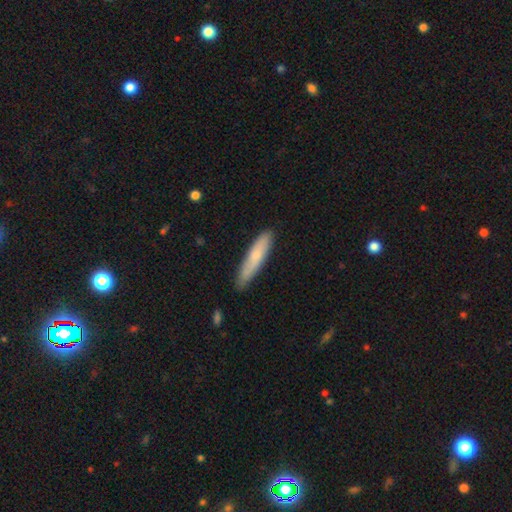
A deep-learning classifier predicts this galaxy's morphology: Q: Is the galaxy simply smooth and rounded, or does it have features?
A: smooth — 70%.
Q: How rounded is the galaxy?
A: cigar-shaped — 86%.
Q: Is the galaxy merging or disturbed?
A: none — 81%.